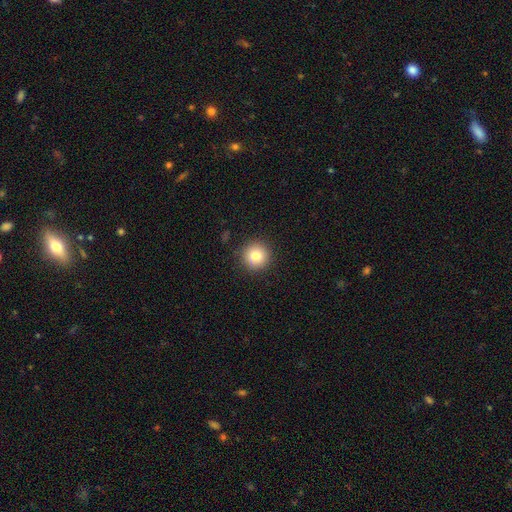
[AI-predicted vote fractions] Overall: smooth (81%). How rounded: round (95%). Merging: none (90%).